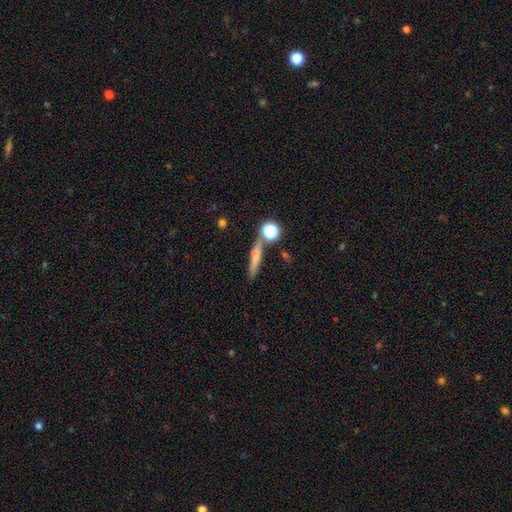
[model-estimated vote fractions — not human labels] Q: Smooth or featured?
A: smooth (61%); runner-up: featured or disk (26%)
Q: How rounded?
A: cigar-shaped (80%); runner-up: in between (11%)
Q: Merging?
A: none (71%); runner-up: merger (12%)